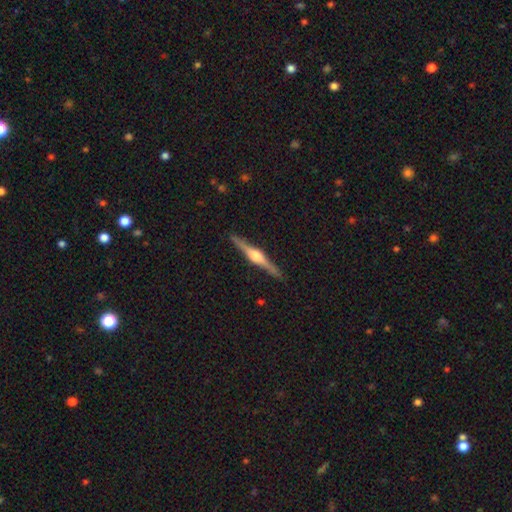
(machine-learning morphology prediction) A featured or disk galaxy (83%) viewed edge-on (98%) with a rounded central bulge (89%).

Vote fractions:
- Smooth or featured? featured or disk: 83% / smooth: 12% / star or artifact: 5%
- Edge-on disk? yes: 98% / no: 2%
- Edge-on bulge? rounded: 89% / boxy: 8% / none: 2%
- Merging? none: 91% / minor disturbance: 6% / major disturbance: 1% / merger: 1%